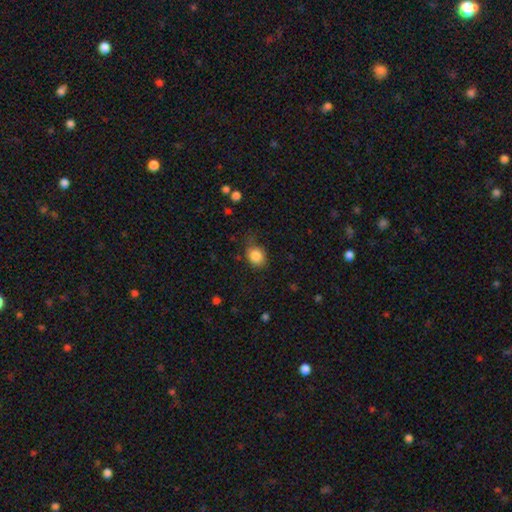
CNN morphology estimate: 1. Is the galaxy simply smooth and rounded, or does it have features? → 84% smooth, 9% star or artifact, 7% featured or disk.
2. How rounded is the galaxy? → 58% round, 41% in between, 1% cigar-shaped.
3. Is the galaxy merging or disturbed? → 60% none, 28% minor disturbance, 9% major disturbance, 2% merger.